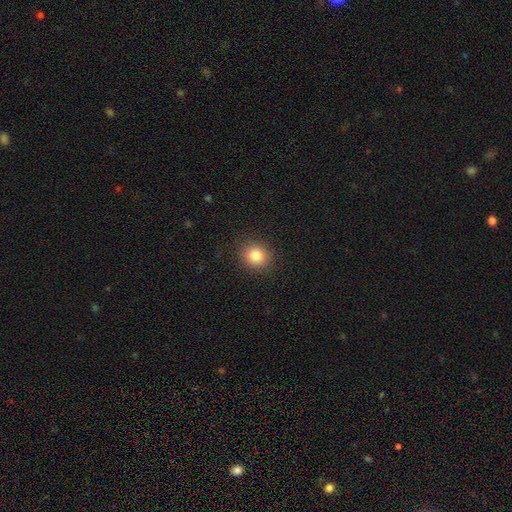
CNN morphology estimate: smooth-or-featured: smooth: 84% | star or artifact: 10% | featured or disk: 5%
  how-rounded: round: 77% | in between: 22% | cigar-shaped: 1%
  merging: none: 89% | minor disturbance: 8% | major disturbance: 3% | merger: 1%